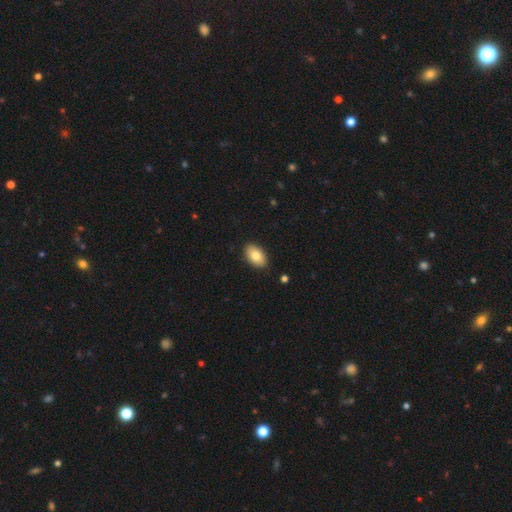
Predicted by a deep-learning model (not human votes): Smooth or featured? smooth (83%)
How rounded? in between (93%)
Merging? none (88%)